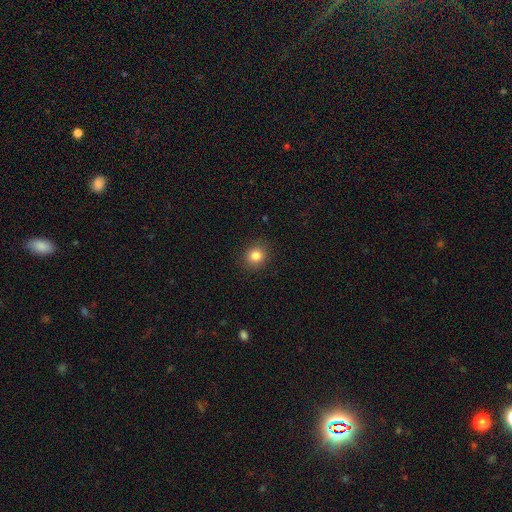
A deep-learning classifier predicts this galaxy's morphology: Smooth or featured?
  - smooth: 84% *
  - star or artifact: 11%
  - featured or disk: 6%
How rounded?
  - round: 79% *
  - in between: 20%
  - cigar-shaped: 1%
Merging?
  - none: 89% *
  - minor disturbance: 7%
  - major disturbance: 2%
  - merger: 1%